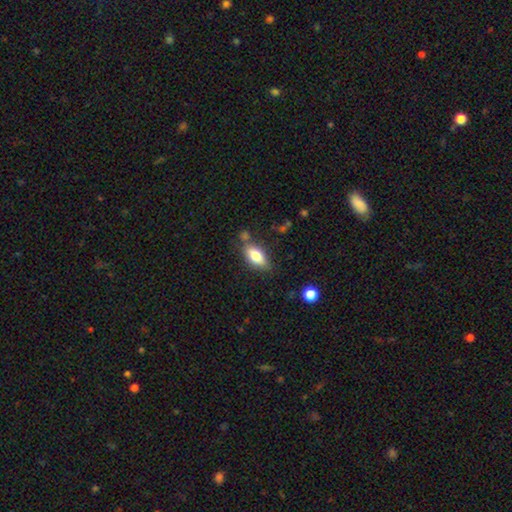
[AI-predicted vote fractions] smooth-or-featured: smooth: 78% | featured or disk: 15% | star or artifact: 7%
  how-rounded: in between: 87% | cigar-shaped: 9% | round: 4%
  merging: none: 70% | minor disturbance: 17% | merger: 8% | major disturbance: 4%